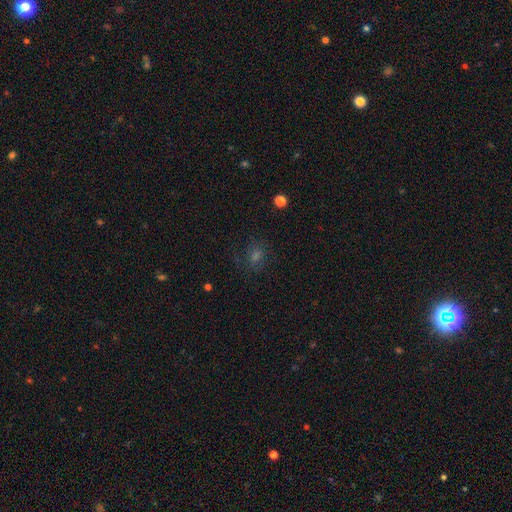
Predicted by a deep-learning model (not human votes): A smooth galaxy with no disk features (50%). Merging: none (73%).